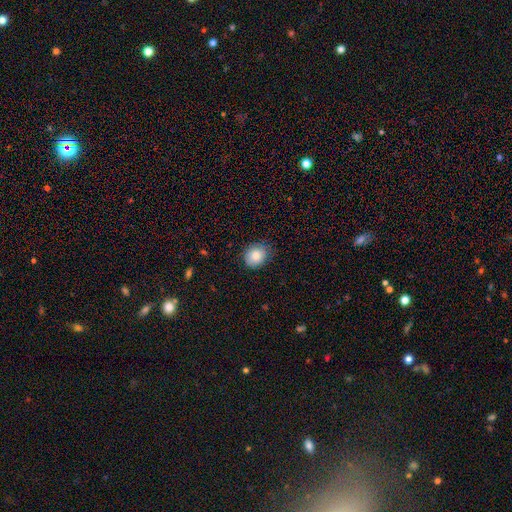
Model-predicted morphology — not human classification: smooth-or-featured: smooth: 81% | featured or disk: 11% | star or artifact: 9%
  how-rounded: round: 67% | in between: 33% | cigar-shaped: 1%
  merging: none: 77% | minor disturbance: 18% | major disturbance: 3% | merger: 1%